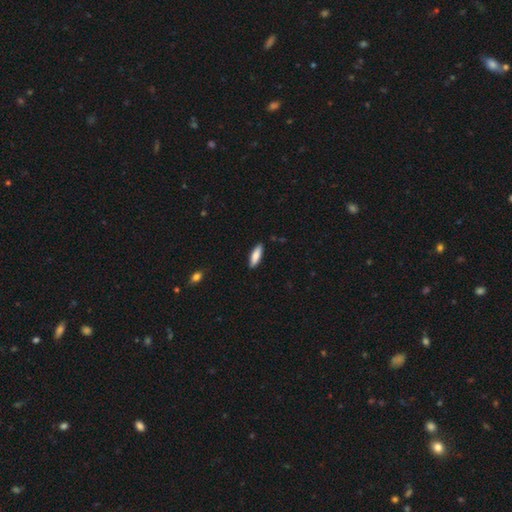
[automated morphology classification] Smooth or featured?
  - smooth: 83% *
  - featured or disk: 12%
  - star or artifact: 5%
How rounded?
  - cigar-shaped: 52% *
  - in between: 47%
  - round: 2%
Merging?
  - none: 88% *
  - minor disturbance: 9%
  - major disturbance: 2%
  - merger: 1%